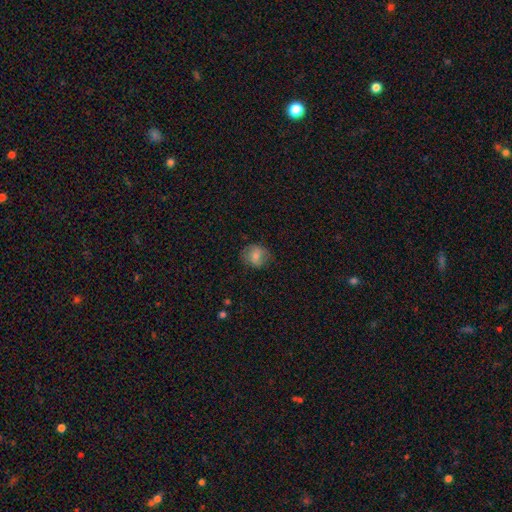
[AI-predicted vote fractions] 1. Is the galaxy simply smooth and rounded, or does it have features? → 73% smooth, 18% featured or disk, 9% star or artifact.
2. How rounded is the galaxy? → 71% round, 28% in between, 1% cigar-shaped.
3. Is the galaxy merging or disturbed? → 71% none, 20% minor disturbance, 7% major disturbance, 1% merger.